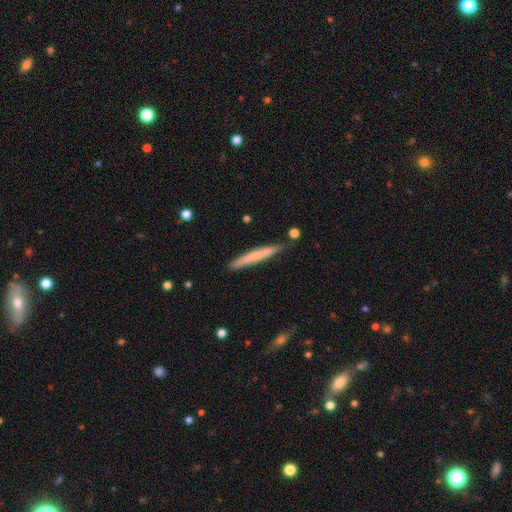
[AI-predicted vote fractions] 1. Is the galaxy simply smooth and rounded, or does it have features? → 59% smooth, 35% featured or disk, 6% star or artifact.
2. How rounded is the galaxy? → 95% cigar-shaped, 3% in between, 1% round.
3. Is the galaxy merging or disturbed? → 84% none, 12% minor disturbance, 2% merger, 2% major disturbance.